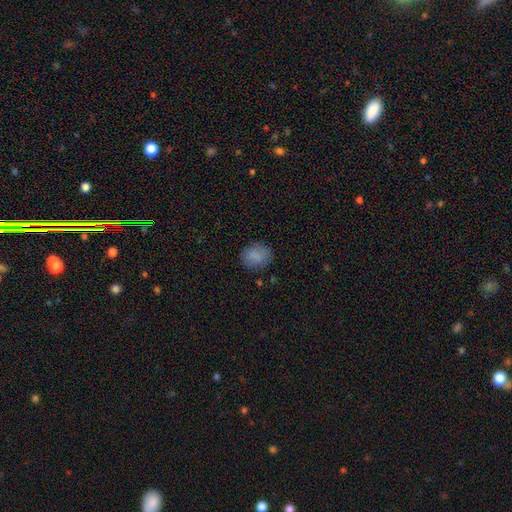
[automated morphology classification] Q: Smooth or featured?
A: smooth (84%); runner-up: star or artifact (9%)
Q: How rounded?
A: round (59%); runner-up: in between (40%)
Q: Merging?
A: none (81%); runner-up: minor disturbance (14%)